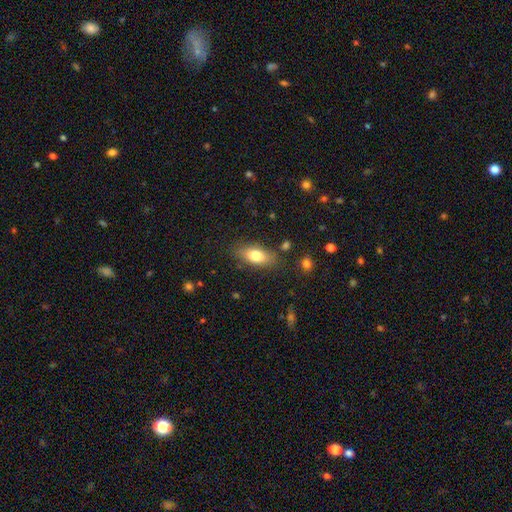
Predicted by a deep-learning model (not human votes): smooth-or-featured: smooth: 77% | featured or disk: 15% | star or artifact: 8%
  how-rounded: in between: 84% | cigar-shaped: 12% | round: 4%
  merging: none: 81% | minor disturbance: 13% | major disturbance: 4% | merger: 2%